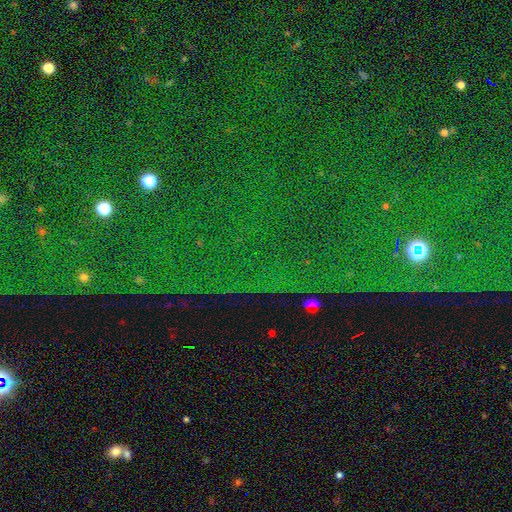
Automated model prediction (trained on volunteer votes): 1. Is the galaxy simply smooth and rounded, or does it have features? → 85% star or artifact, 8% smooth, 8% featured or disk.